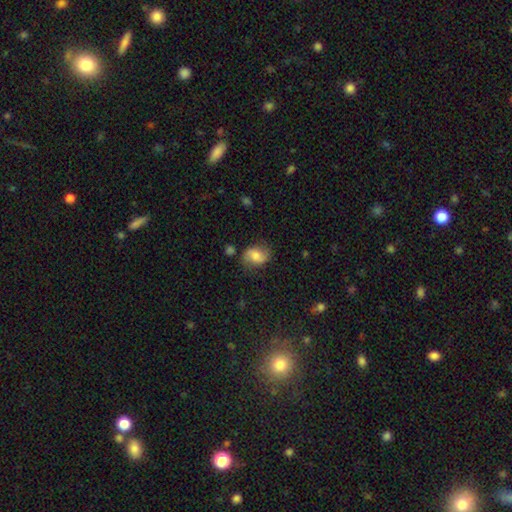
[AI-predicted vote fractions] smooth-or-featured: smooth: 53% | featured or disk: 38% | star or artifact: 9%
  how-rounded: in between: 59% | round: 40% | cigar-shaped: 1%
  merging: none: 70% | minor disturbance: 20% | major disturbance: 7% | merger: 2%